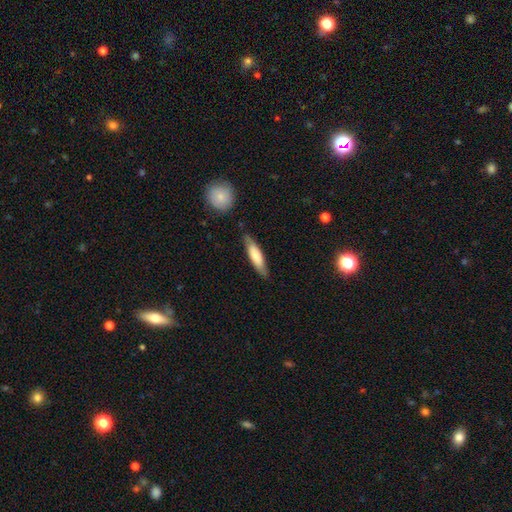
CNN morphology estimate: Overall: smooth (68%). How rounded: cigar-shaped (70%). Merging: none (79%).